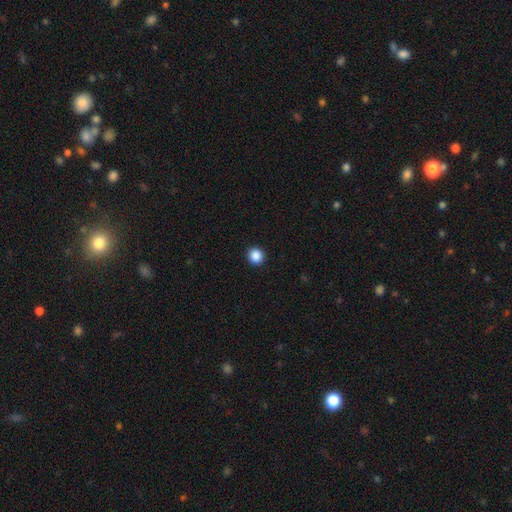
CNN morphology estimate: smooth-or-featured: smooth: 88% | star or artifact: 10% | featured or disk: 3%
  how-rounded: round: 92% | in between: 7% | cigar-shaped: 1%
  merging: none: 93% | minor disturbance: 4% | major disturbance: 2% | merger: 1%